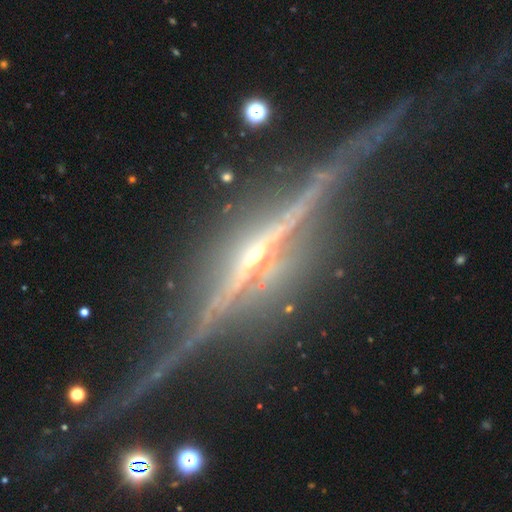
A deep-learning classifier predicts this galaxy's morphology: Q: Smooth or featured?
A: featured or disk (82%); runner-up: star or artifact (10%)
Q: Edge-on disk?
A: yes (89%); runner-up: no (11%)
Q: Edge-on bulge?
A: rounded (59%); runner-up: none (25%)
Q: Merging?
A: none (69%); runner-up: minor disturbance (17%)